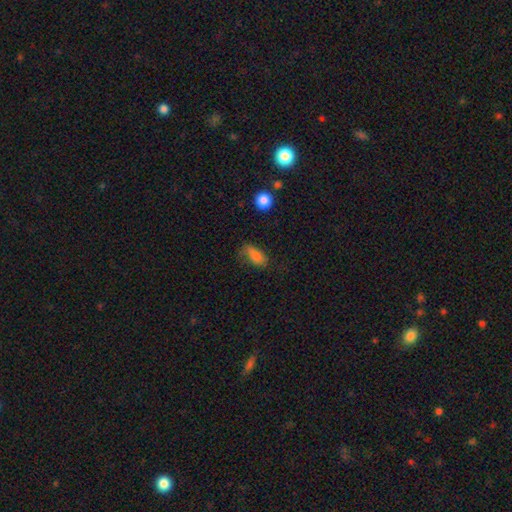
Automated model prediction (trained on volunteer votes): This is likely a smooth galaxy (79%). How rounded: clearly in between (86%). Merging: possibly none (50%).